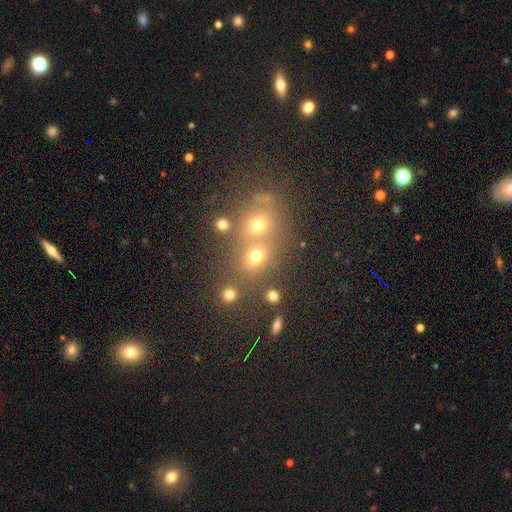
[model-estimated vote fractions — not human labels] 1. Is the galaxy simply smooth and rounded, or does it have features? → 63% smooth, 23% star or artifact, 14% featured or disk.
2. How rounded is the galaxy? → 63% round, 35% in between, 2% cigar-shaped.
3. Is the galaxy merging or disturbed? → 47% none, 41% merger, 8% minor disturbance, 4% major disturbance.